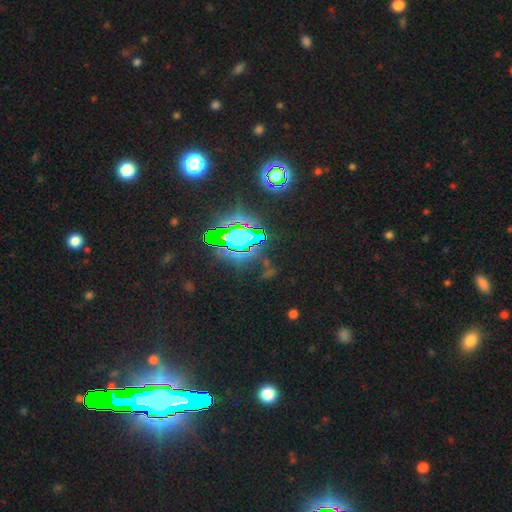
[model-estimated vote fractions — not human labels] star or artifact 83%, smooth 9%, featured or disk 7%.